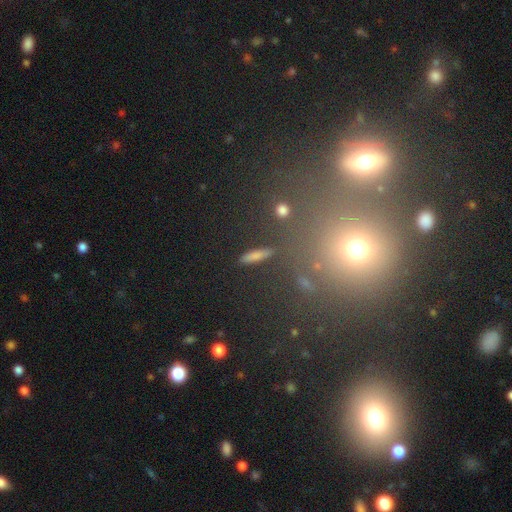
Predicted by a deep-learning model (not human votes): smooth-or-featured: star or artifact: 45% | smooth: 39% | featured or disk: 16%